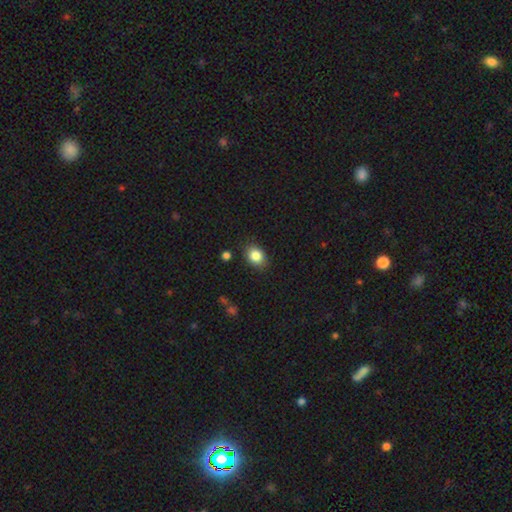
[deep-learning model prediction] smooth-or-featured: smooth: 84% | star or artifact: 9% | featured or disk: 7%
  how-rounded: in between: 63% | round: 36% | cigar-shaped: 1%
  merging: none: 85% | minor disturbance: 11% | major disturbance: 2% | merger: 2%